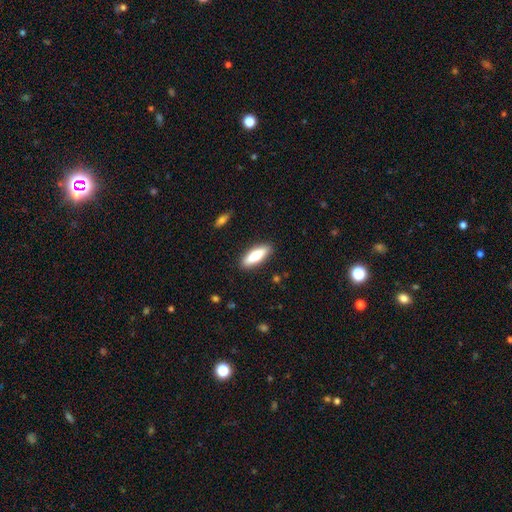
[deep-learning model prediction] This is likely a smooth galaxy (76%). How rounded: possibly in between (53%). Merging: clearly none (88%).